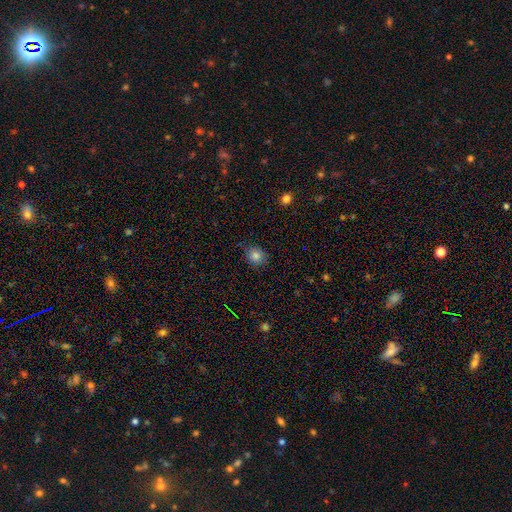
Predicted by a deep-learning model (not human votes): smooth-or-featured: smooth: 83% | star or artifact: 11% | featured or disk: 6%
  how-rounded: round: 82% | in between: 18% | cigar-shaped: 1%
  merging: none: 82% | minor disturbance: 13% | major disturbance: 3% | merger: 1%